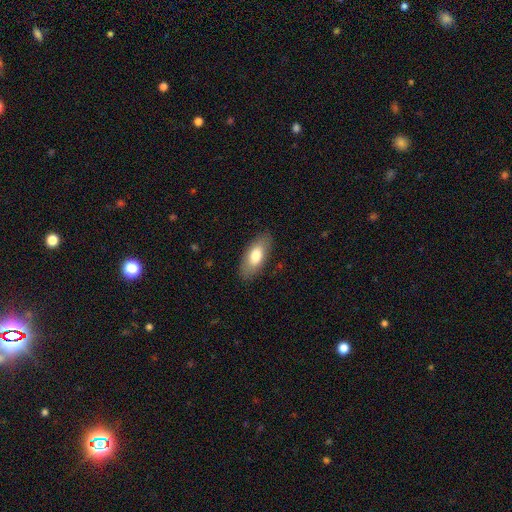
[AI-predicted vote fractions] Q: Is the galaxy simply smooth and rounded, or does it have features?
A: smooth — 76%.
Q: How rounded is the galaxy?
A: in between — 85%.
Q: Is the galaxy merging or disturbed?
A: none — 86%.